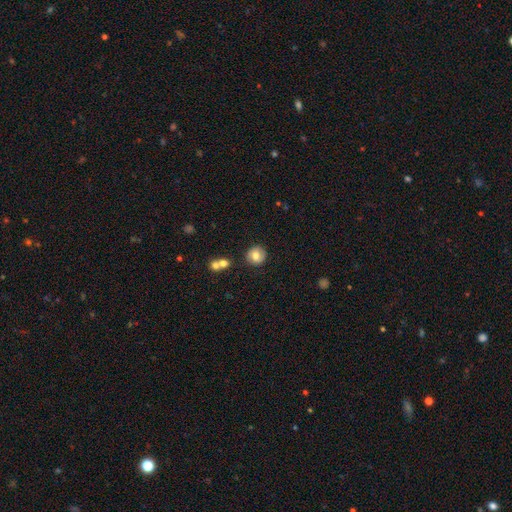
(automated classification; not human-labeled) Smooth or featured? Predicted: smooth (p=0.69). How rounded? Predicted: round (p=0.88). Merging? Predicted: none (p=0.83).